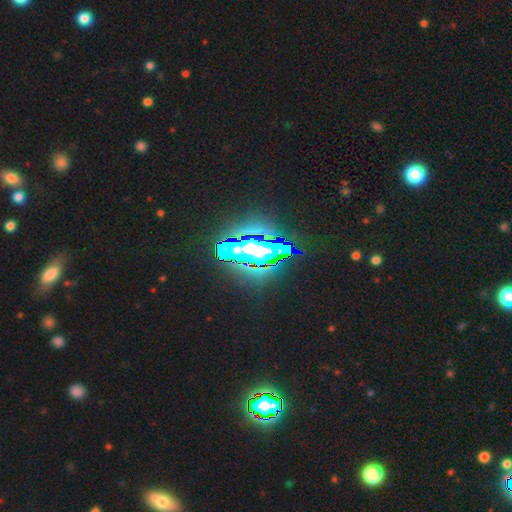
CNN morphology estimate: A star or artifact, not a galaxy (70%).

Vote fractions:
- Smooth or featured? star or artifact: 70% / featured or disk: 15% / smooth: 15%